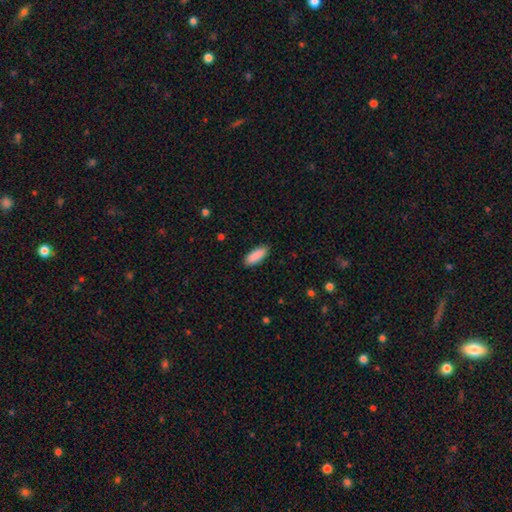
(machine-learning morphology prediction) type=smooth (91%); roundness=in between (77%); merging=none (89%).